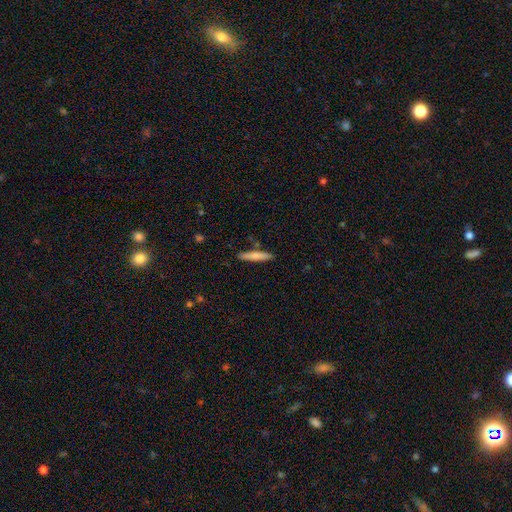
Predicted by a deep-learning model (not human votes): A smooth galaxy with no disk features (72%) that is cigar-shaped (92%). Merging: none (86%).